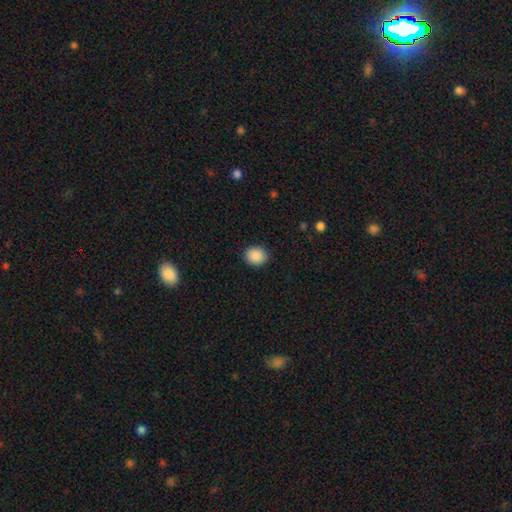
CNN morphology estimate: smooth 89%, star or artifact 8%, featured or disk 3%. Down the decision tree: how rounded — round (70%); merging — none (89%).